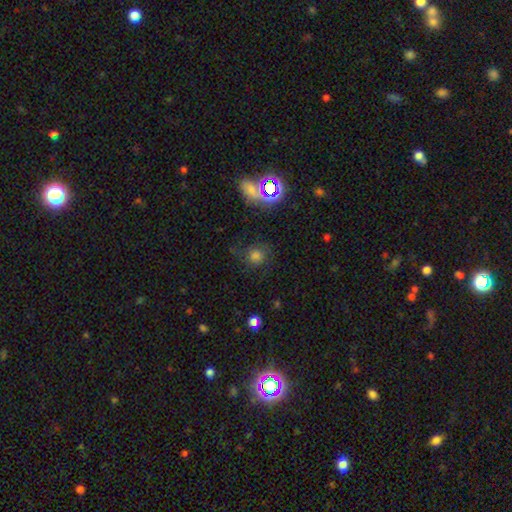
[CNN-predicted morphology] Smooth or featured?
  - smooth: 59% *
  - star or artifact: 25%
  - featured or disk: 17%
How rounded?
  - round: 84% *
  - in between: 14%
  - cigar-shaped: 1%
Merging?
  - none: 65% *
  - minor disturbance: 19%
  - major disturbance: 13%
  - merger: 3%